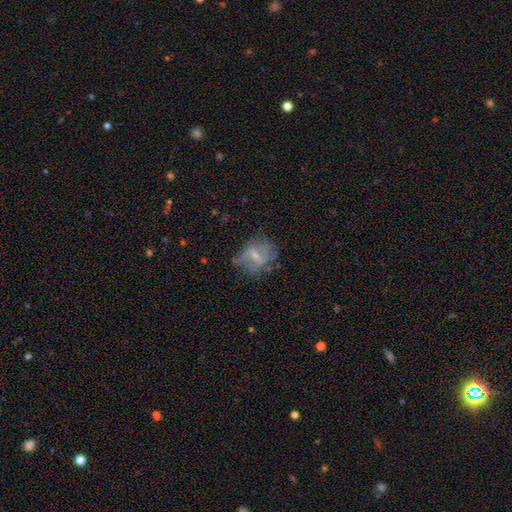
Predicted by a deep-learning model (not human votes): Smooth or featured: featured or disk — 60% (smooth — 30%)
Edge-on disk: no — 95% (yes — 5%)
Bar: weak — 52% (no — 26%)
Spiral arms: yes — 56% (no — 44%)
Bulge size: small — 52% (moderate — 31%)
Merging: none — 47% (minor disturbance — 27%)